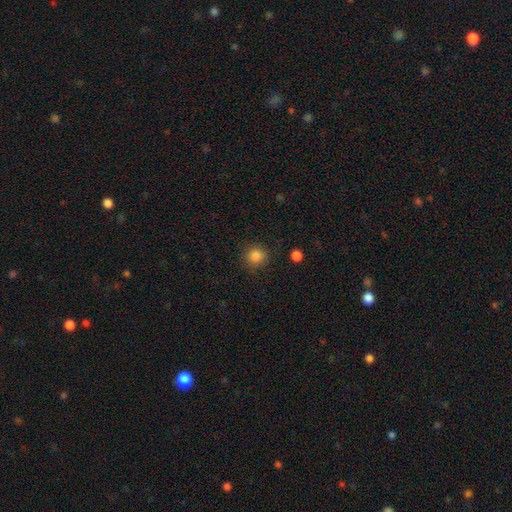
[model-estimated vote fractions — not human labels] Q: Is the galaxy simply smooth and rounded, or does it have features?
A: smooth — 86%.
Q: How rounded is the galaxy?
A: round — 90%.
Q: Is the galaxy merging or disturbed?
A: none — 85%.